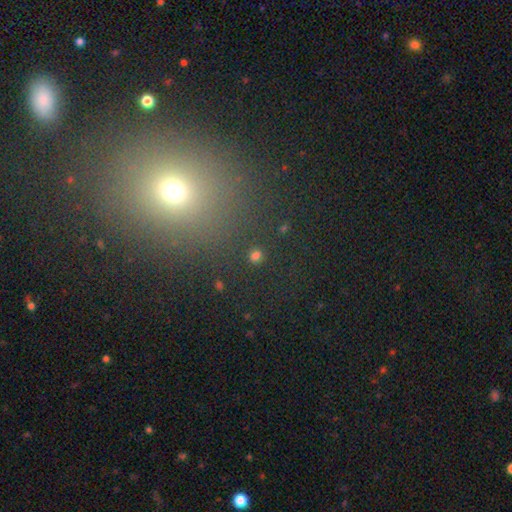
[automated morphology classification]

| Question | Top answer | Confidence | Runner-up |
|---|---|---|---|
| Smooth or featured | smooth | 76% | star or artifact (19%) |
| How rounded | round | 91% | in between (7%) |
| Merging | none | 89% | minor disturbance (5%) |